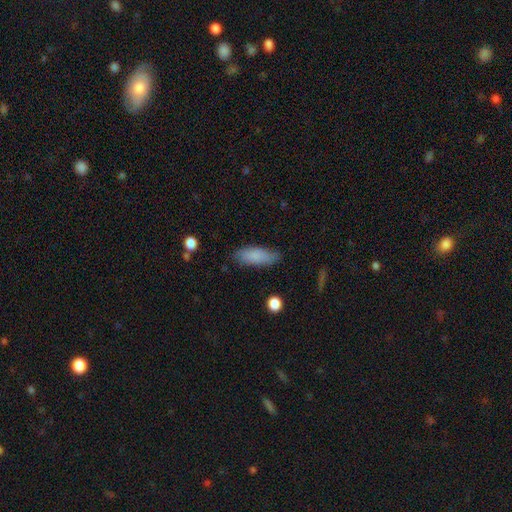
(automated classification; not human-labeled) Smooth or featured?
  - smooth: 82% *
  - featured or disk: 11%
  - star or artifact: 7%
How rounded?
  - in between: 73% *
  - cigar-shaped: 25%
  - round: 2%
Merging?
  - none: 77% *
  - minor disturbance: 18%
  - major disturbance: 4%
  - merger: 1%